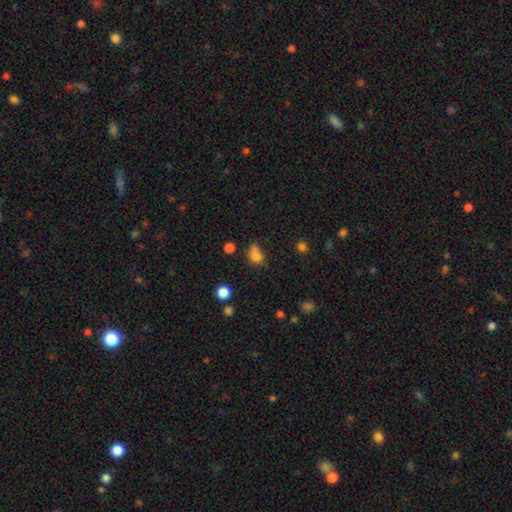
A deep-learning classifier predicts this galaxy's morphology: Smooth or featured? smooth (75%)
How rounded? round (50%)
Merging? none (36%)